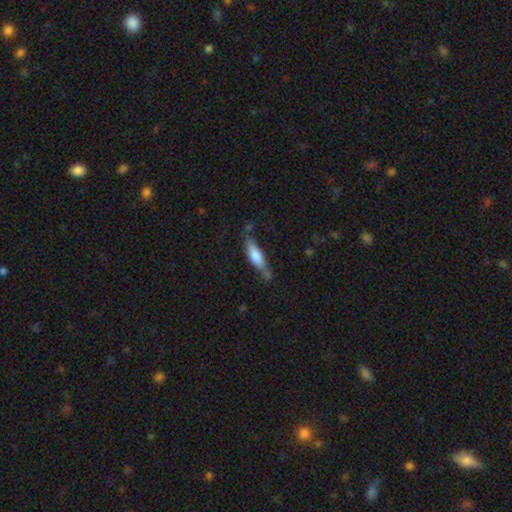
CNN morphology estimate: The model was most divided on "how rounded": cigar-shaped: 61%, in between: 37%, round: 2%. More confident: smooth or featured — smooth (65%); merging — none (61%).